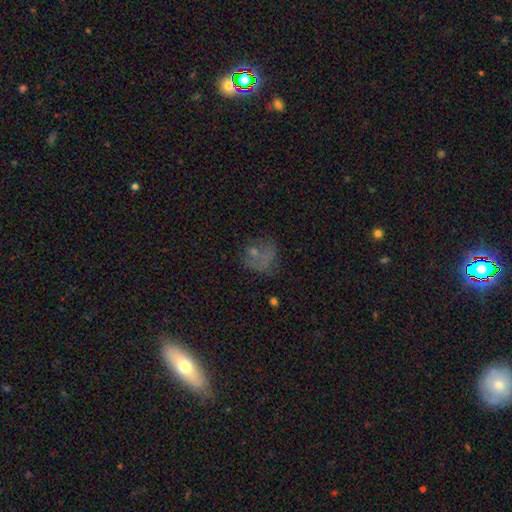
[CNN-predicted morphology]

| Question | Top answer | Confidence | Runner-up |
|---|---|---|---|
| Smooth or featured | smooth | 47% | star or artifact (28%) |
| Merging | none | 47% | major disturbance (24%) |